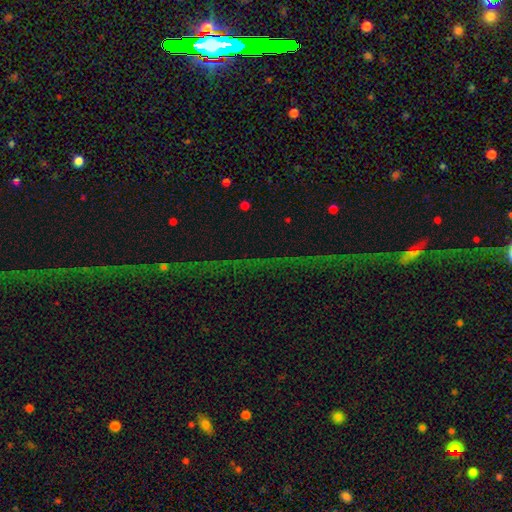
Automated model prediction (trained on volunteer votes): This is likely a star or artifact rather than a galaxy (72%).